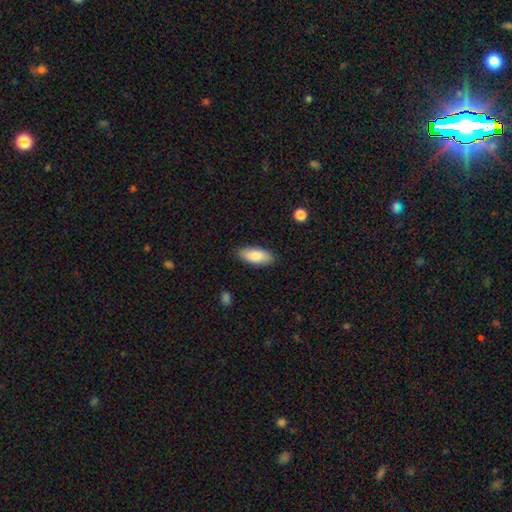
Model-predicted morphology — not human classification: Smooth or featured: smooth — 85% (featured or disk — 9%)
How rounded: in between — 81% (cigar-shaped — 17%)
Merging: none — 87% (minor disturbance — 10%)